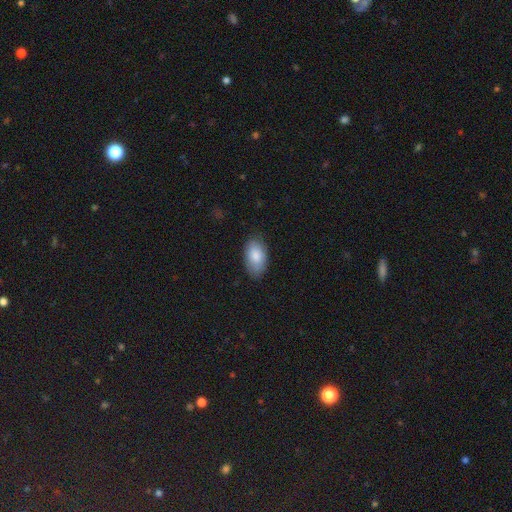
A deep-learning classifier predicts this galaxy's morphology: type=smooth (85%); roundness=in between (94%); merging=none (82%).